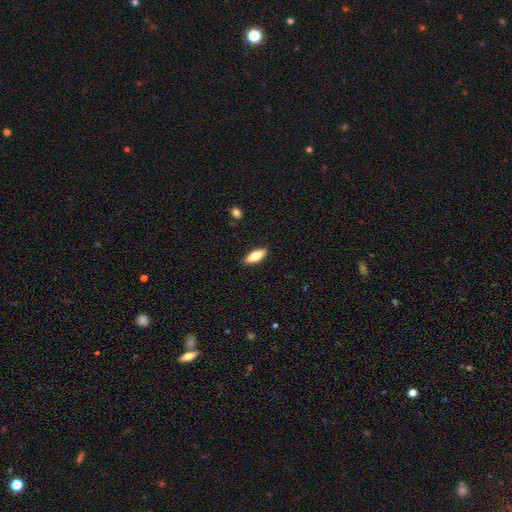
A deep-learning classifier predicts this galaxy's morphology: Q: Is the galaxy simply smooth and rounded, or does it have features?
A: smooth — 70%.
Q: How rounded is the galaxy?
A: in between — 71%.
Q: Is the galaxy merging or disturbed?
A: none — 88%.